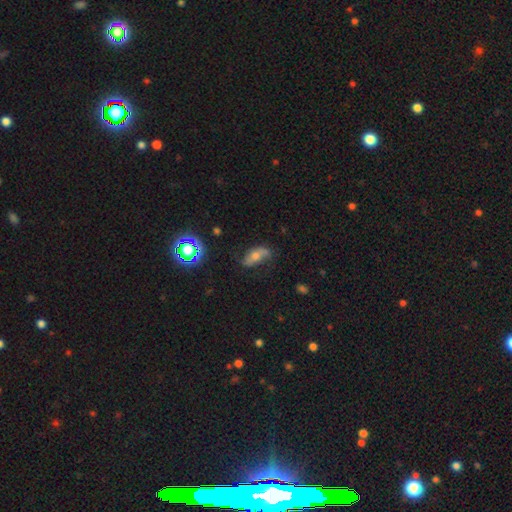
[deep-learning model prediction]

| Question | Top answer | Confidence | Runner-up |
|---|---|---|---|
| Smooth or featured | featured or disk | 45% | smooth (38%) |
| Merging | none | 60% | minor disturbance (26%) |